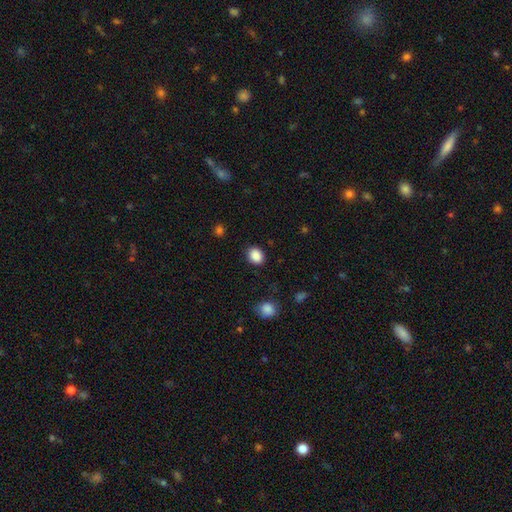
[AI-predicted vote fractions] Overall: smooth (88%). How rounded: round (56%; in between 43%). Merging: none (87%).